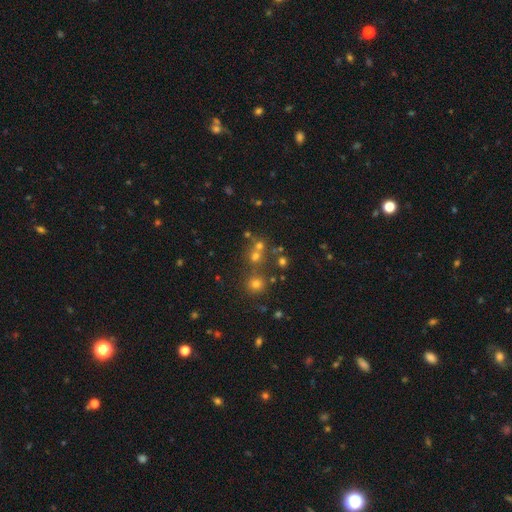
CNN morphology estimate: Smooth or featured? smooth (58%)
How rounded? round (84%)
Merging? none (55%)